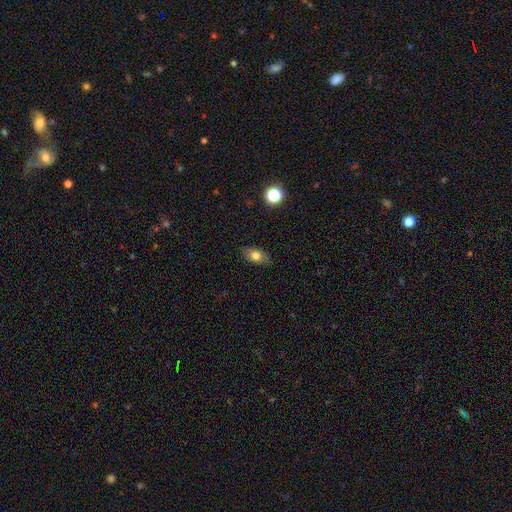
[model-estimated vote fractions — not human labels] A smooth galaxy with no disk features (71%) that is in between round and cigar-shaped (82%). Merging: none (83%).